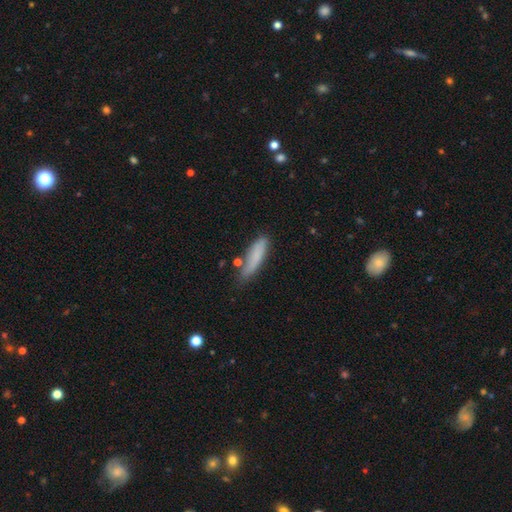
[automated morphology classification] type=smooth (79%); roundness=cigar-shaped (75%); merging=none (70%).